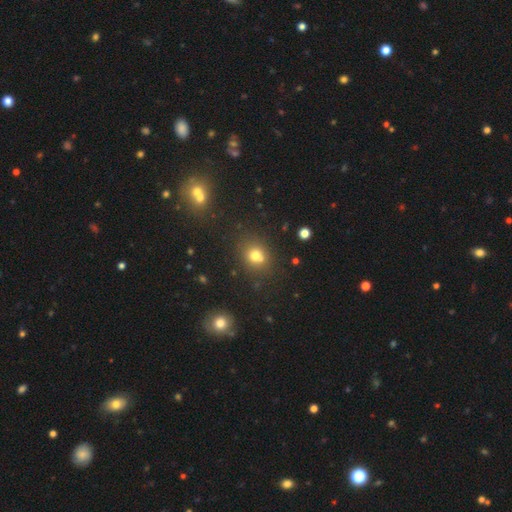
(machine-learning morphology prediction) smooth-or-featured: smooth: 71% | star or artifact: 17% | featured or disk: 12%
  how-rounded: round: 72% | in between: 27% | cigar-shaped: 1%
  merging: none: 59% | merger: 26% | minor disturbance: 11% | major disturbance: 4%